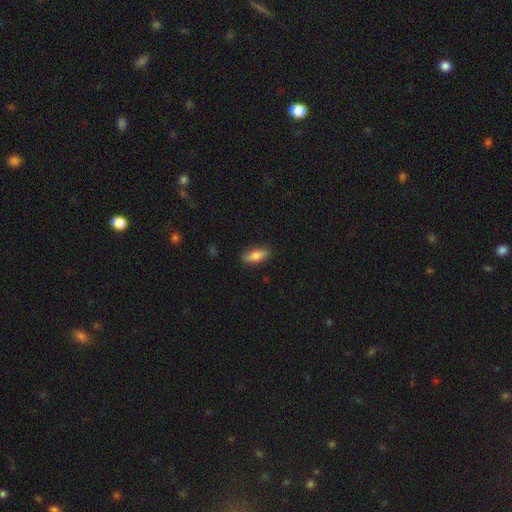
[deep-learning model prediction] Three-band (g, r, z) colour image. It shows a smooth galaxy with no disk features (80%) that is in between round and cigar-shaped (76%). Merging: none (86%).